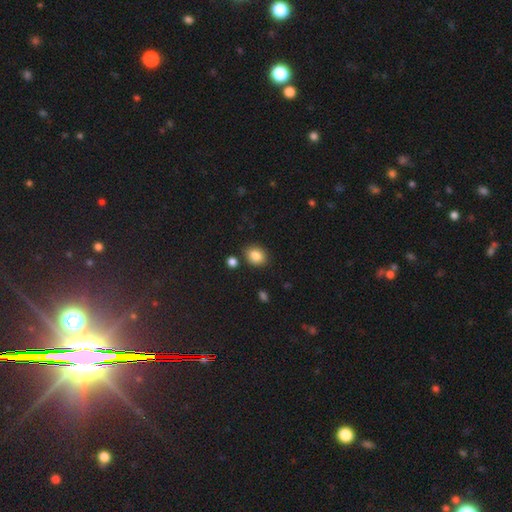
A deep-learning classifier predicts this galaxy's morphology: Smooth or featured?
  - smooth: 85% *
  - star or artifact: 9%
  - featured or disk: 6%
How rounded?
  - round: 51% *
  - in between: 48%
  - cigar-shaped: 1%
Merging?
  - none: 82% *
  - minor disturbance: 10%
  - merger: 5%
  - major disturbance: 3%